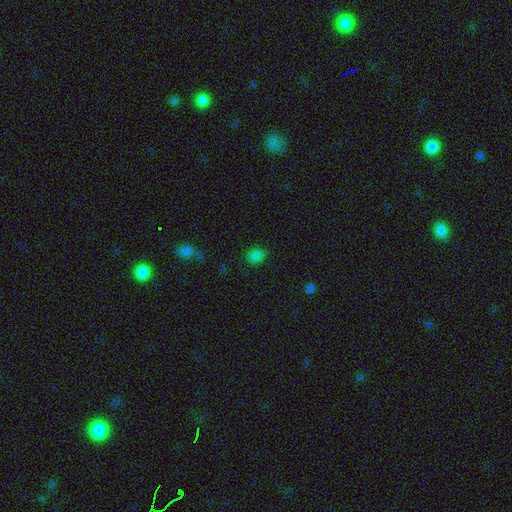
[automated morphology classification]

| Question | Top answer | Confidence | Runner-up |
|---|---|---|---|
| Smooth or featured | smooth | 80% | star or artifact (16%) |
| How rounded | in between | 60% | round (39%) |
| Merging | none | 82% | minor disturbance (13%) |